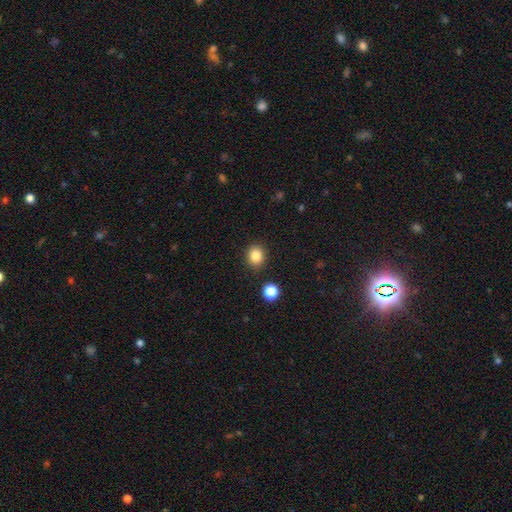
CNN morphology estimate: smooth 84%, star or artifact 11%, featured or disk 5%. Down the decision tree: how rounded — round (72%); merging — none (88%).